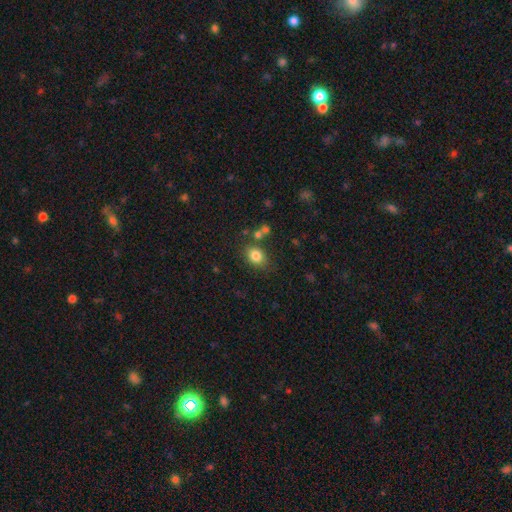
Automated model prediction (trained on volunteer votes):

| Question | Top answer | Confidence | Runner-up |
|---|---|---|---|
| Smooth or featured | smooth | 82% | star or artifact (11%) |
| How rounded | in between | 60% | round (39%) |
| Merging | none | 72% | minor disturbance (15%) |